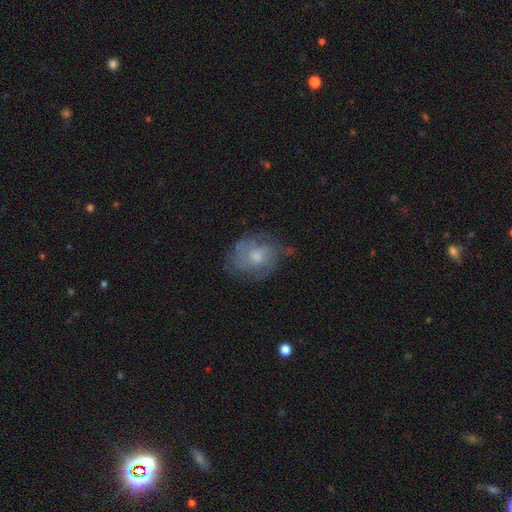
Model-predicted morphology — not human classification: smooth-or-featured: featured or disk: 58% | smooth: 34% | star or artifact: 9%
  disk-edge-on: no: 97% | yes: 3%
    bar: no: 70% | weak: 26% | strong: 3%
    has-spiral-arms: yes: 68% | no: 32%
    bulge-size: moderate: 49% | small: 35% | none: 9% | large: 6% | dominant: 1%
  merging: none: 58% | minor disturbance: 25% | major disturbance: 15% | merger: 2%